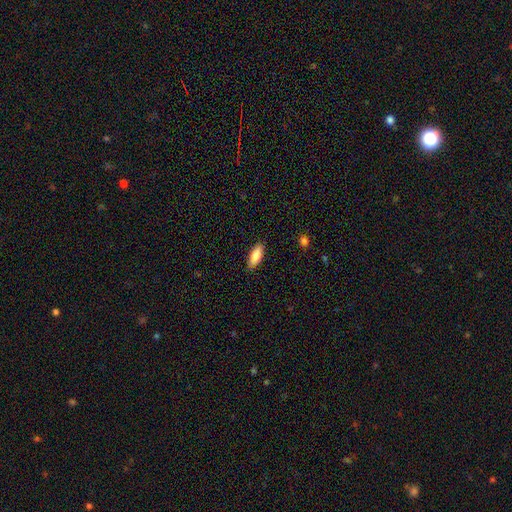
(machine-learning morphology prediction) Smooth or featured? smooth (86%)
How rounded? in between (73%)
Merging? none (89%)